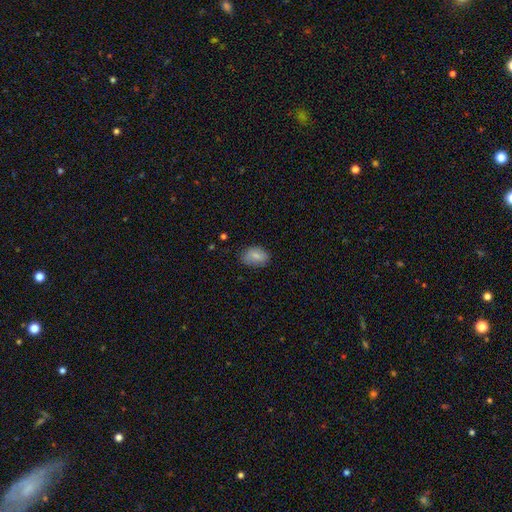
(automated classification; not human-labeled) smooth-or-featured: smooth: 82% | featured or disk: 10% | star or artifact: 8%
  how-rounded: in between: 83% | round: 15% | cigar-shaped: 1%
  merging: none: 76% | minor disturbance: 19% | major disturbance: 4% | merger: 1%